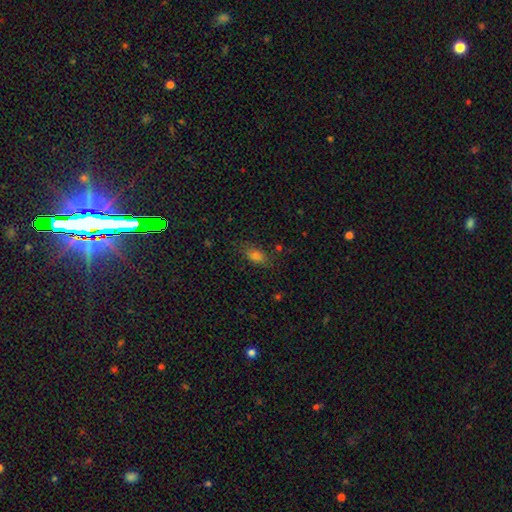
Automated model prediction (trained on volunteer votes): This is likely a smooth galaxy (70%). How rounded: likely in between (80%). Merging: likely none (78%).